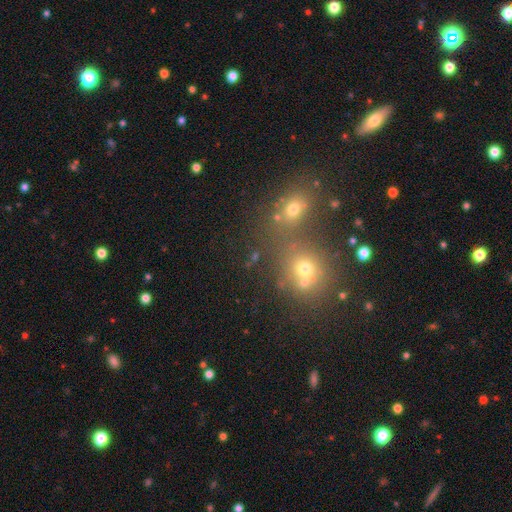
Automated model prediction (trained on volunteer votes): smooth 54%, star or artifact 32%, featured or disk 14%. Down the decision tree: how rounded — round (69%); merging — none (54%).